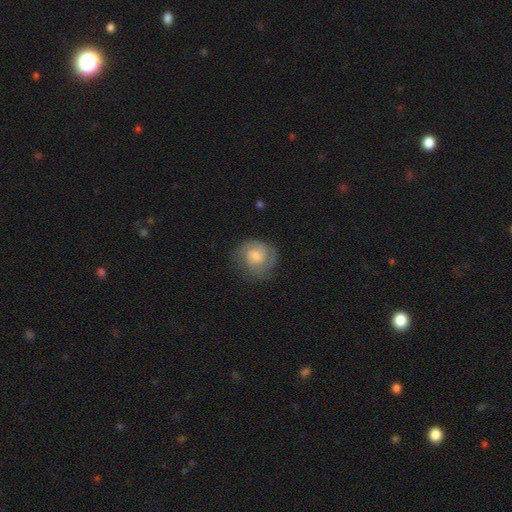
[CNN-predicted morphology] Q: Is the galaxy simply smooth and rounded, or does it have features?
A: featured or disk — 64%.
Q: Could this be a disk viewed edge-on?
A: no — 98%.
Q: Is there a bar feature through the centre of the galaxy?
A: no — 67%.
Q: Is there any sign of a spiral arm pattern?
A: yes — 92%.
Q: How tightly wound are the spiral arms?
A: tight — 56%.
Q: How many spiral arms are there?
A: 2 — 41%.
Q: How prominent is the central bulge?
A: moderate — 45%.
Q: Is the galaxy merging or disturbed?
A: none — 73%.